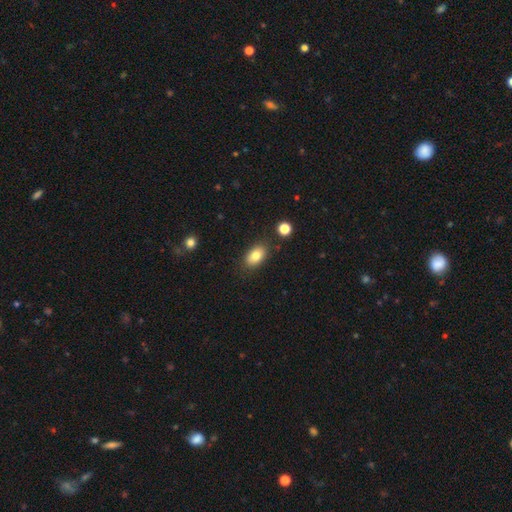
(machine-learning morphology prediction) Smooth or featured: smooth — 82% (featured or disk — 10%)
How rounded: in between — 90% (round — 8%)
Merging: none — 83% (minor disturbance — 11%)